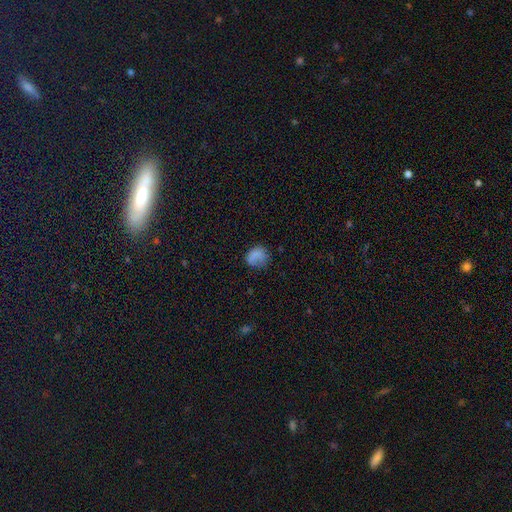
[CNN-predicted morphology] This appears to be a smooth galaxy with no disk features (78%) that is round (68%). Merging: none (56%).